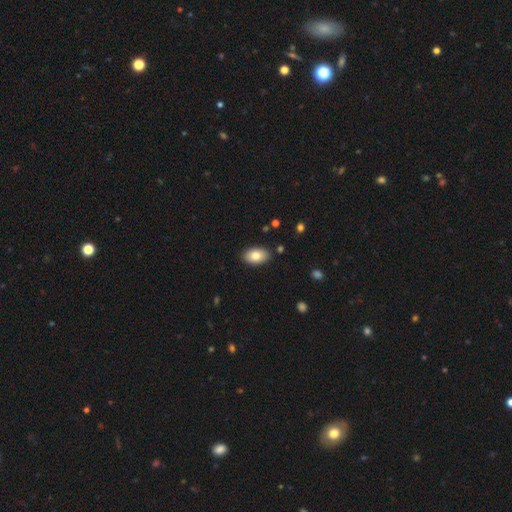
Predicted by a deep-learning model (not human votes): smooth_or_featured: smooth (p=0.80) [alt: featured or disk p=0.13]
how_rounded: in between (p=0.92) [alt: round p=0.06]
merging: none (p=0.88) [alt: minor disturbance p=0.09]